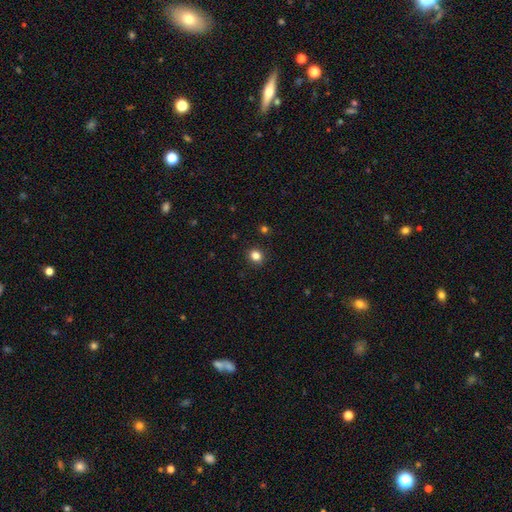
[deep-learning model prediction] Overall: smooth (83%). How rounded: round (81%). Merging: none (91%).